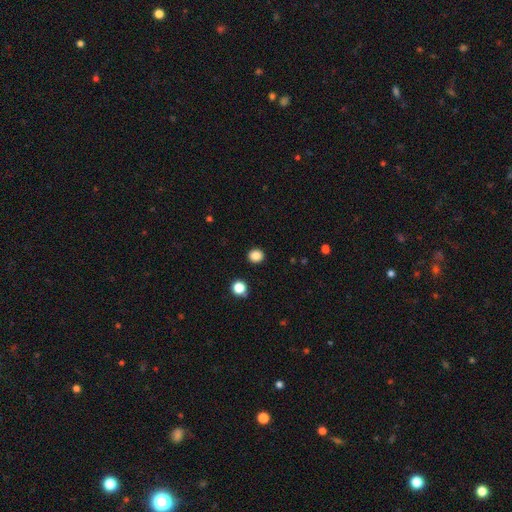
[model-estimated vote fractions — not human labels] This is clearly a smooth galaxy (86%). How rounded: clearly round (84%). Merging: clearly none (92%).